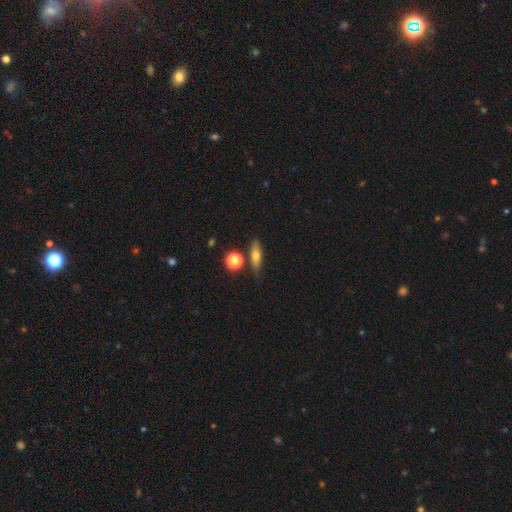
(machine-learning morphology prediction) The model was most divided on "how rounded": cigar-shaped: 46%, in between: 45%, round: 9%. More confident: merging — none (76%); smooth or featured — smooth (60%).